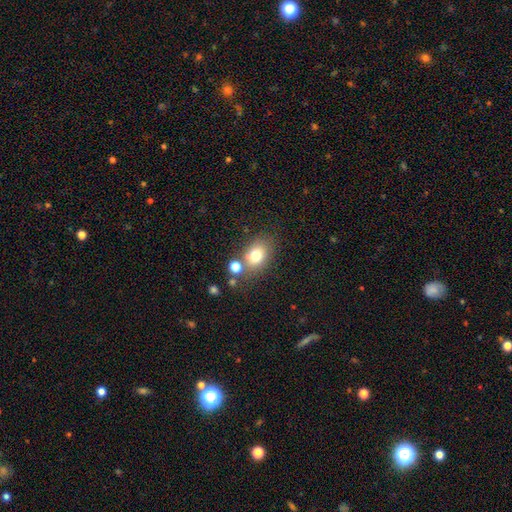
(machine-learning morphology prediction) Overall: smooth (76%). How rounded: in between (69%). Merging: none (65%).